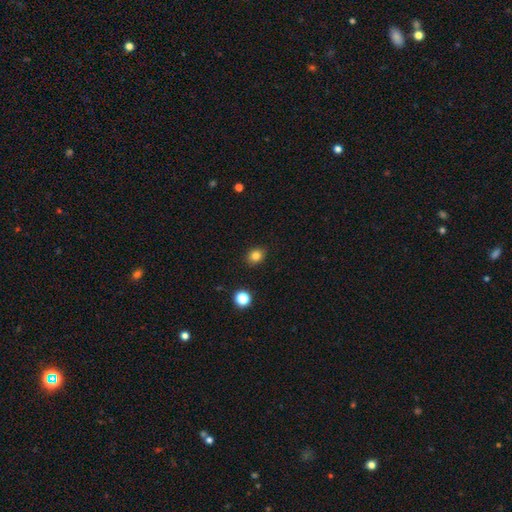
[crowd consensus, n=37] smooth 95%, featured or disk 3%, star or artifact 3%. Down the decision tree: how rounded — round (60%); merging — none (89%).